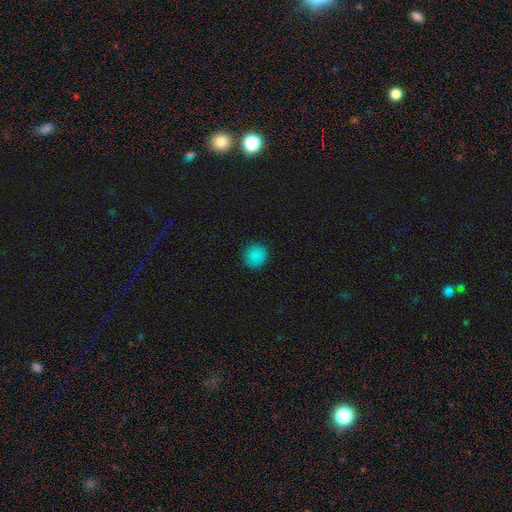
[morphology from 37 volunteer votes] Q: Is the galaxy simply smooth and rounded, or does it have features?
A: smooth — 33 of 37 (89%).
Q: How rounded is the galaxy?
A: round — 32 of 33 (97%).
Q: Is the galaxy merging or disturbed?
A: none — 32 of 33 (97%).